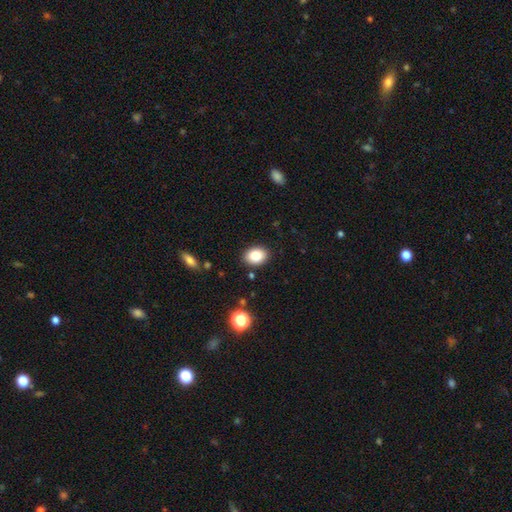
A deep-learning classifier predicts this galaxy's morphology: Q: Smooth or featured?
A: smooth (84%); runner-up: star or artifact (9%)
Q: How rounded?
A: in between (72%); runner-up: round (27%)
Q: Merging?
A: none (88%); runner-up: minor disturbance (9%)